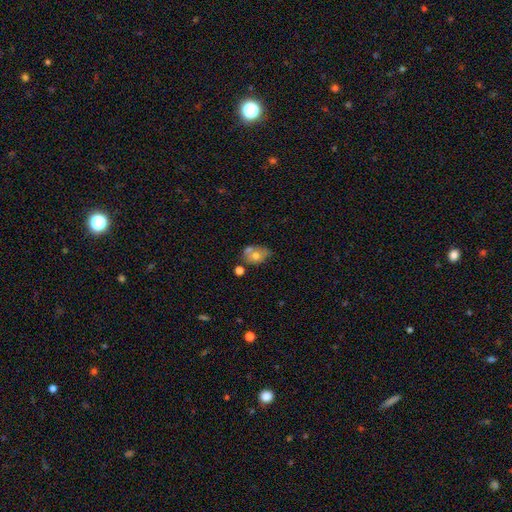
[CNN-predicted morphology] Smooth or featured? smooth (61%)
How rounded? in between (73%)
Merging? none (39%)